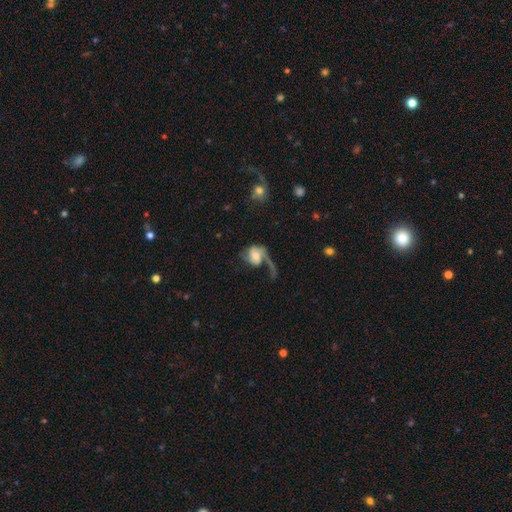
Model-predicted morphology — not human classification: type=featured or disk (70%); edge-on=no (97%); bar=no (55%); spiral arms=yes (88%); winding=loose (65%); arm count=1 (54%); bulge=moderate (49%); merging=major disturbance (47%).